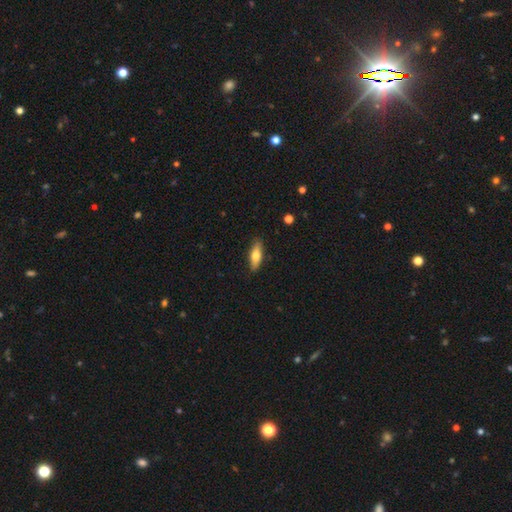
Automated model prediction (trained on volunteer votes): This is likely a smooth galaxy (64%). How rounded: possibly in between (51%). Merging: clearly none (88%).